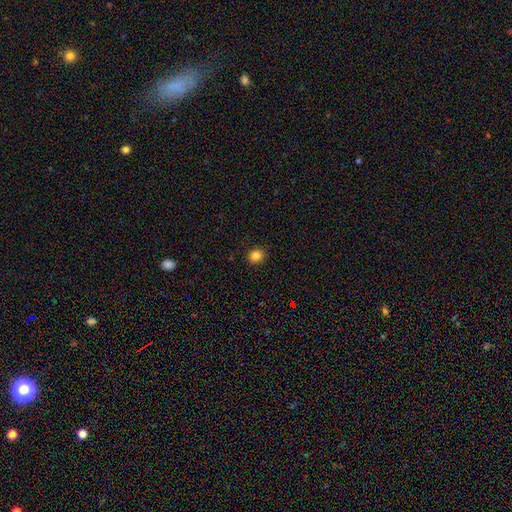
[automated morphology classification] smooth-or-featured: smooth: 83% | star or artifact: 12% | featured or disk: 5%
  how-rounded: round: 77% | in between: 22% | cigar-shaped: 1%
  merging: none: 91% | minor disturbance: 6% | major disturbance: 2% | merger: 1%